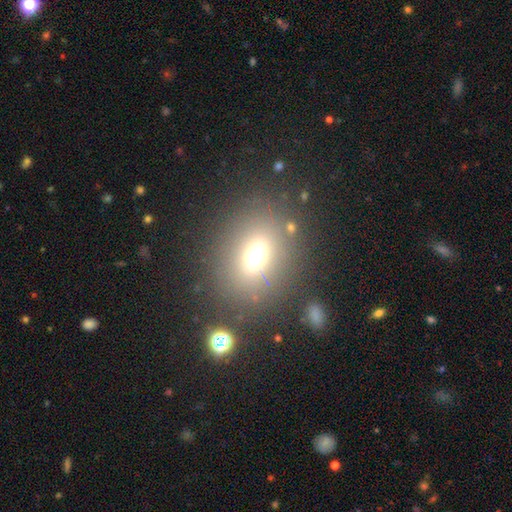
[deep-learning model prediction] smooth-or-featured: smooth: 68% | star or artifact: 19% | featured or disk: 13%
  how-rounded: in between: 51% | round: 47% | cigar-shaped: 2%
  merging: none: 78% | minor disturbance: 10% | merger: 6% | major disturbance: 6%